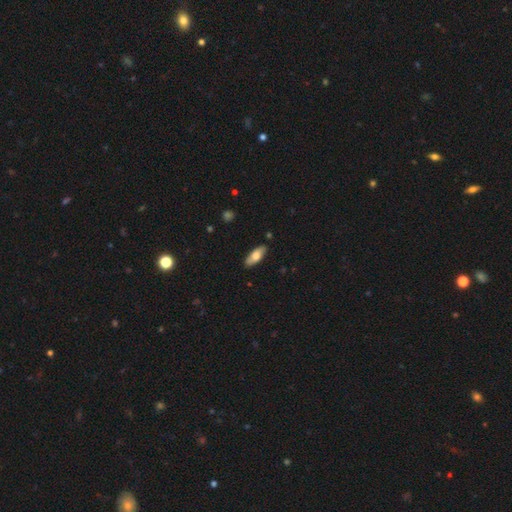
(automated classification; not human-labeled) A smooth galaxy with no disk features (70%) that is in between round and cigar-shaped (75%). Merging: none (87%).